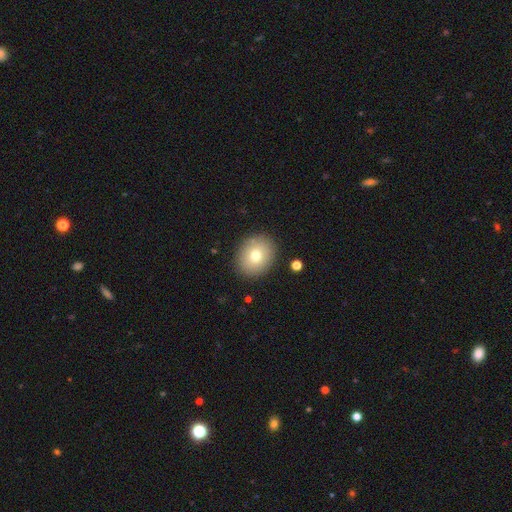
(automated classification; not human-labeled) Morphology: type=smooth (75%); roundness=round (58%); merging=none (87%).